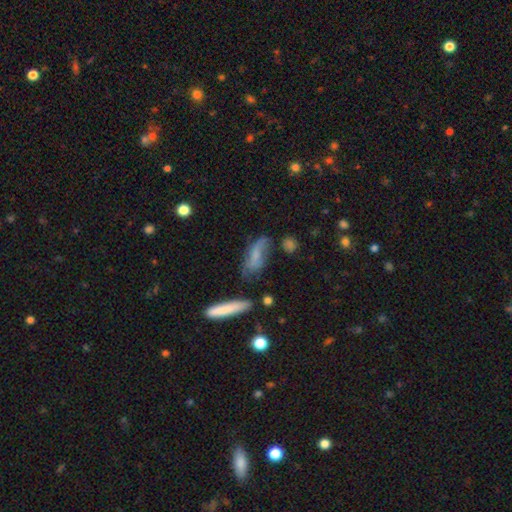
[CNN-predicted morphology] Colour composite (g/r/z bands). It shows a smooth galaxy with no disk features (55%) that is in between round and cigar-shaped (58%). Merging: none (48%).